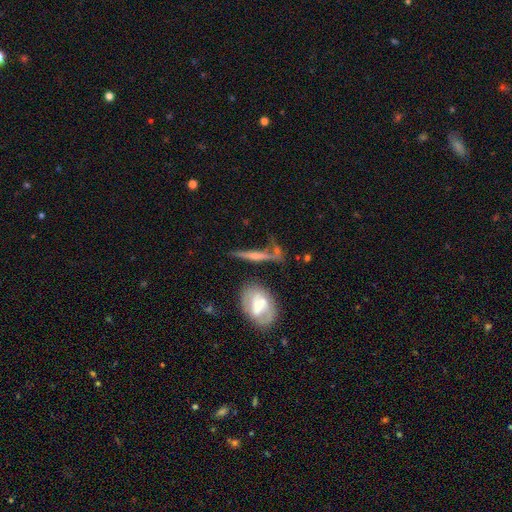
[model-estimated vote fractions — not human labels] A featured or disk galaxy (63%) viewed edge-on (78%).

Vote fractions:
- Smooth or featured? featured or disk: 63% / smooth: 26% / star or artifact: 11%
- Edge-on disk? yes: 78% / no: 22%
- Merging? none: 60% / minor disturbance: 19% / merger: 12% / major disturbance: 10%